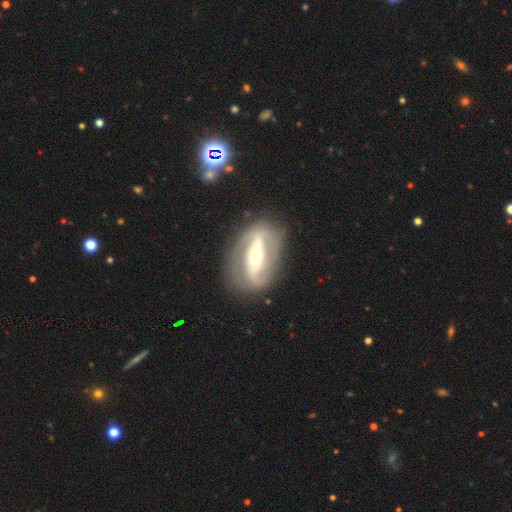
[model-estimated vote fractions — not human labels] Overall: featured or disk (75%). Edge-on disk: no (89%). Bar: strong (57%; no 24%). Spiral arms: yes (58%; no 42%). Bulge size: moderate (51%; small 40%). Merging: none (77%).